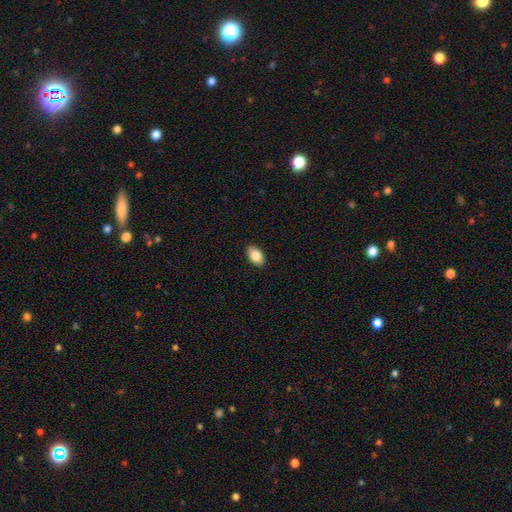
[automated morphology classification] This appears to be a smooth galaxy with no disk features (86%) that is in between round and cigar-shaped (92%). Merging: none (89%).